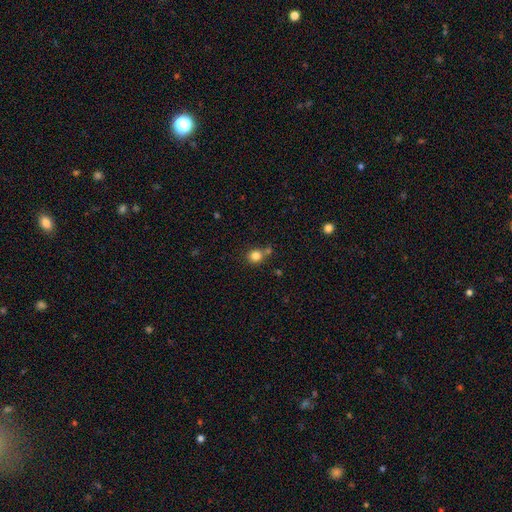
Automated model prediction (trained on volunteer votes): Morphology: type=smooth (82%); roundness=round (87%); merging=none (65%).